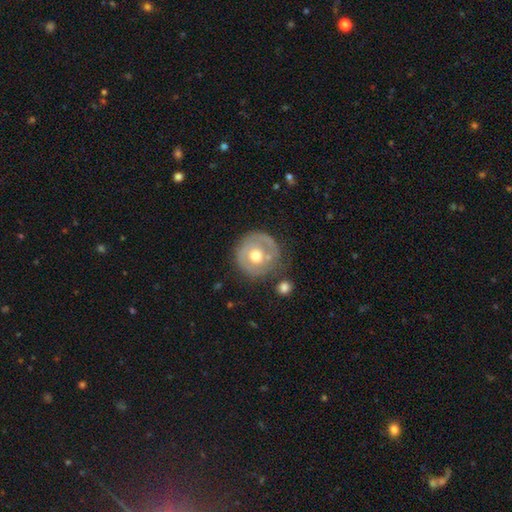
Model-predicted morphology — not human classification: This is possibly a featured or disk galaxy (51%). It is clearly not viewed edge-on (96%). Merging: possibly none (59%).